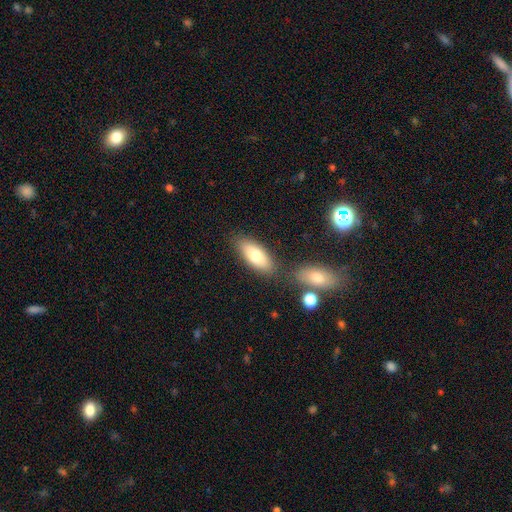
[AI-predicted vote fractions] This appears to be a smooth galaxy with no disk features (76%) that is in between round and cigar-shaped (81%). Merging: none (77%).